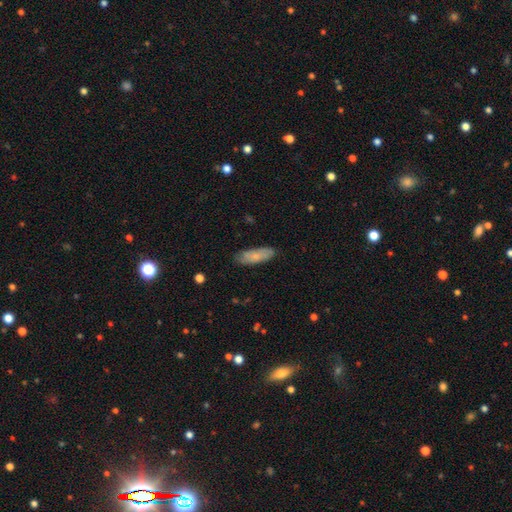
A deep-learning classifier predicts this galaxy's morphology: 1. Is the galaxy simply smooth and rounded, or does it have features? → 73% smooth, 21% featured or disk, 6% star or artifact.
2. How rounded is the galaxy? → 58% in between, 40% cigar-shaped, 2% round.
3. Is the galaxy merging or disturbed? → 82% none, 15% minor disturbance, 3% major disturbance, 1% merger.